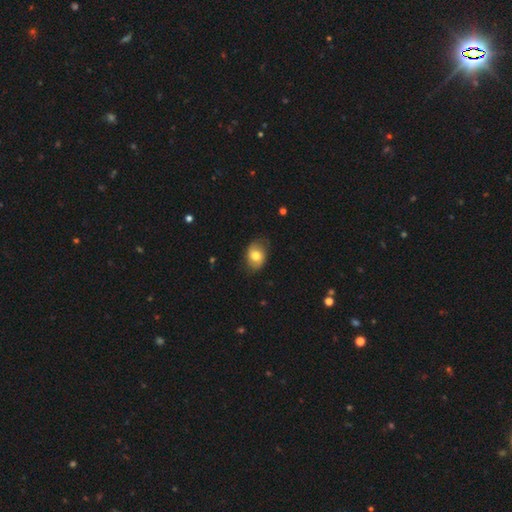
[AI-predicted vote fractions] Q: Smooth or featured?
A: smooth (70%); runner-up: featured or disk (22%)
Q: How rounded?
A: in between (72%); runner-up: round (27%)
Q: Merging?
A: none (74%); runner-up: minor disturbance (20%)